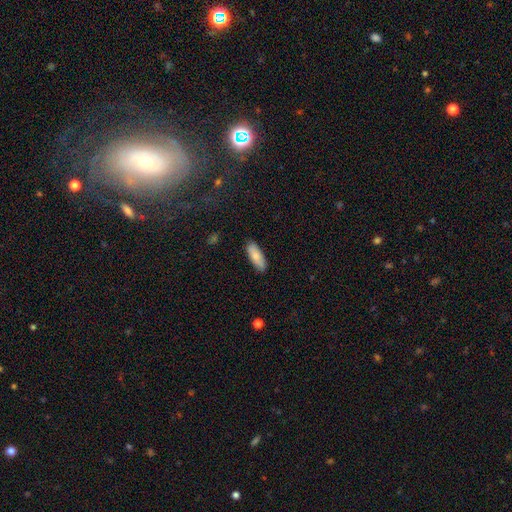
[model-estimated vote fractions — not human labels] Morphology: type=smooth (80%); roundness=in between (67%); merging=none (88%).